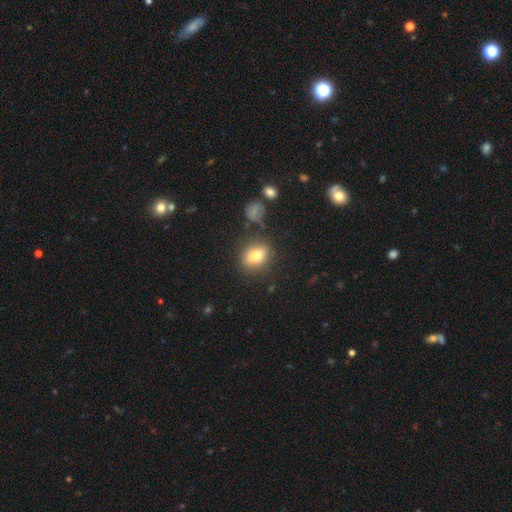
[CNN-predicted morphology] Smooth or featured?
  - smooth: 76% *
  - featured or disk: 14%
  - star or artifact: 10%
How rounded?
  - in between: 54% *
  - round: 44%
  - cigar-shaped: 3%
Merging?
  - none: 81% *
  - minor disturbance: 12%
  - major disturbance: 4%
  - merger: 4%